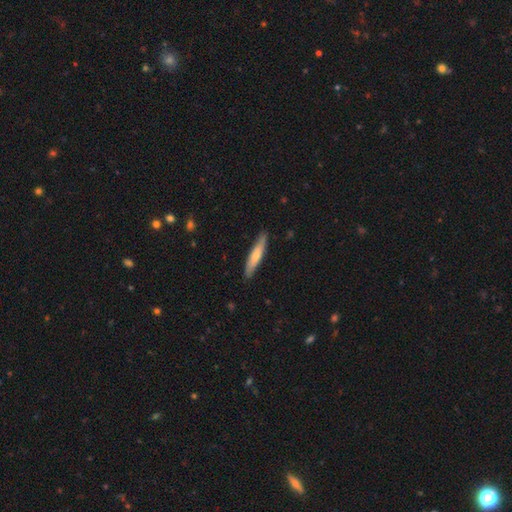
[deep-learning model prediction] This appears to be a smooth galaxy with no disk features (67%) that is cigar-shaped (88%). Merging: none (88%).